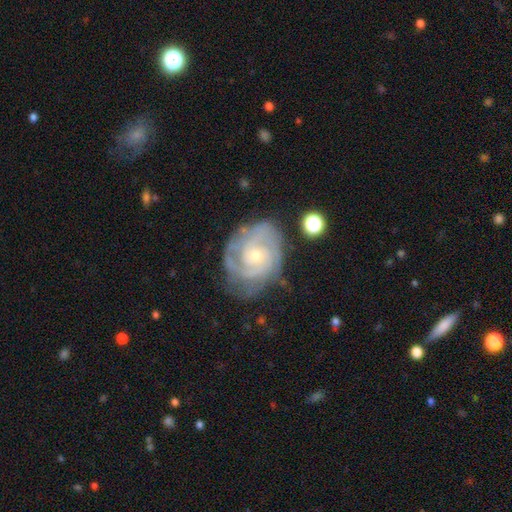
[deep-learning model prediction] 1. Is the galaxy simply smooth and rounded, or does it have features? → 89% featured or disk, 6% smooth, 5% star or artifact.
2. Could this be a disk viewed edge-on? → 98% no, 2% yes.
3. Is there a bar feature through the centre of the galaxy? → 72% no, 24% weak, 4% strong.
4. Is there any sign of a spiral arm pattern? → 97% yes, 3% no.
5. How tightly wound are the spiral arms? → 69% tight, 27% medium, 4% loose.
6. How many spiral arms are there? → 33% 3, 26% 2, 21% can't tell, 10% 4, 5% 1, 5% more than 4.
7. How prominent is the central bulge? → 61% small, 36% moderate, 1% large, 1% none, 1% dominant.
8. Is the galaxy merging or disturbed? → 68% none, 22% minor disturbance, 8% major disturbance, 2% merger.